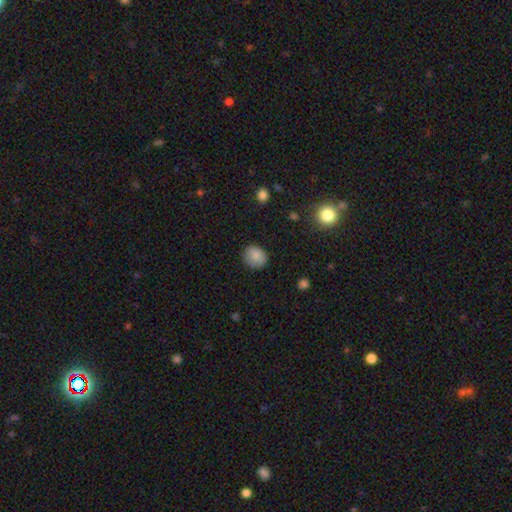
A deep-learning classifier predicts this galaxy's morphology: type=smooth (86%); roundness=round (64%); merging=none (82%).